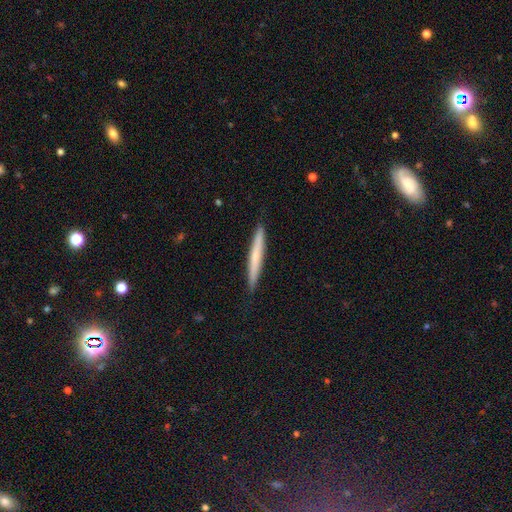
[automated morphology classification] smooth-or-featured: smooth: 59% | featured or disk: 35% | star or artifact: 6%
  how-rounded: cigar-shaped: 96% | in between: 2% | round: 1%
  merging: none: 89% | minor disturbance: 8% | major disturbance: 1% | merger: 1%